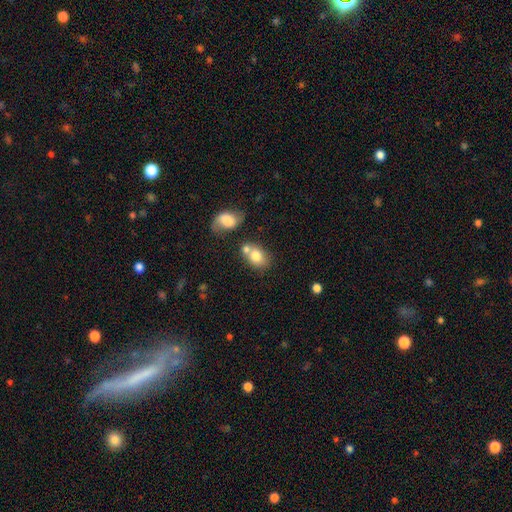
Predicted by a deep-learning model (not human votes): Morphology: type=smooth (76%); roundness=in between (67%); merging=none (43%).